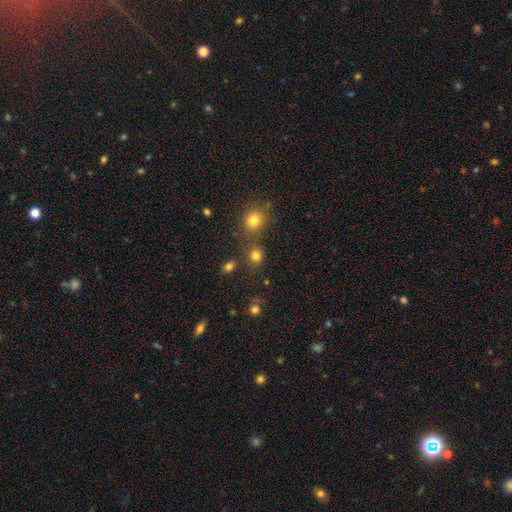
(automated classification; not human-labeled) smooth 80%, star or artifact 15%, featured or disk 5%. Down the decision tree: how rounded — round (81%); merging — none (73%).